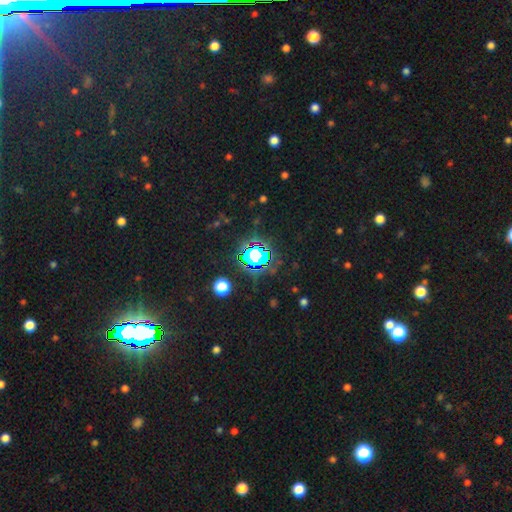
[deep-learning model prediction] smooth-or-featured: star or artifact: 67% | smooth: 22% | featured or disk: 11%